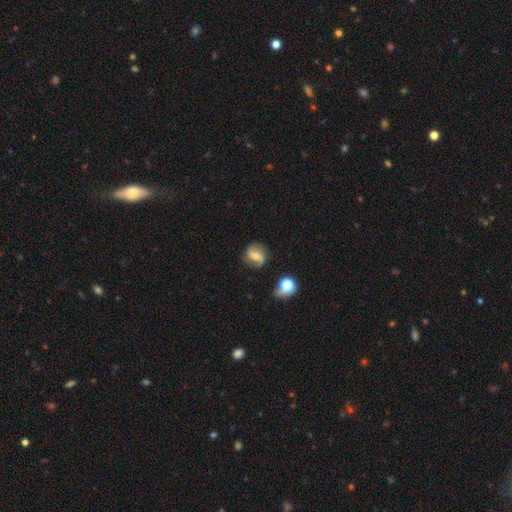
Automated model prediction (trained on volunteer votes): A featured or disk galaxy (59%) with a weak bar (42%), spiral arms (86%) and a small central bulge (48%).

Vote fractions:
- Smooth or featured? featured or disk: 59% / smooth: 31% / star or artifact: 10%
- Edge-on disk? no: 97% / yes: 3%
- Bar? weak: 42% / no: 31% / strong: 26%
- Spiral arms? yes: 86% / no: 14%
- Bulge size? small: 48% / moderate: 42% / none: 6% / large: 3% / dominant: 1%
- Merging? none: 69% / minor disturbance: 20% / major disturbance: 8% / merger: 4%